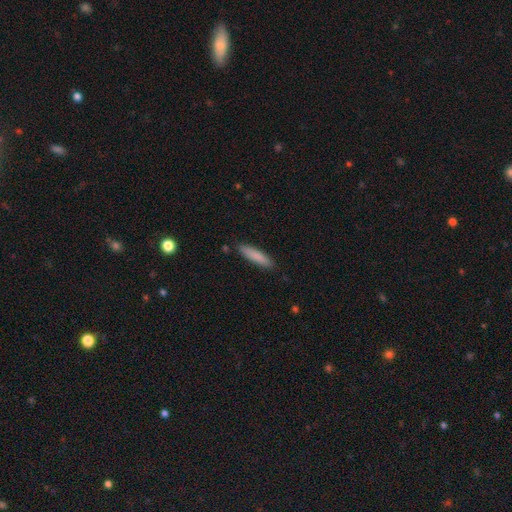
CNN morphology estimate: This appears to be a smooth galaxy with no disk features (84%) that is cigar-shaped (82%). Merging: none (87%).